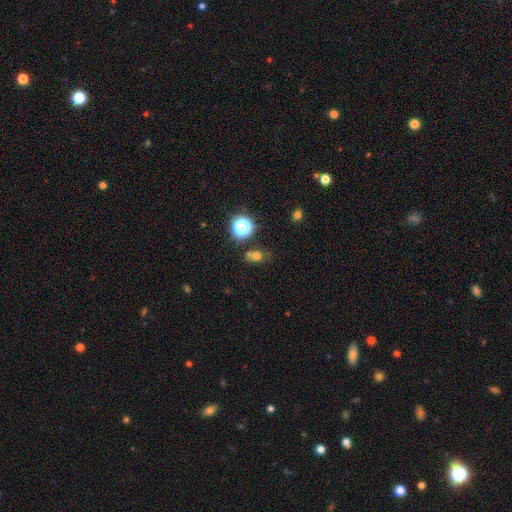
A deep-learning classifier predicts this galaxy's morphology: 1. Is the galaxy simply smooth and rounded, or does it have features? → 66% smooth, 24% star or artifact, 10% featured or disk.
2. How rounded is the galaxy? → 51% round, 47% in between, 2% cigar-shaped.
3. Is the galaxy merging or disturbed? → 57% none, 18% minor disturbance, 18% merger, 8% major disturbance.